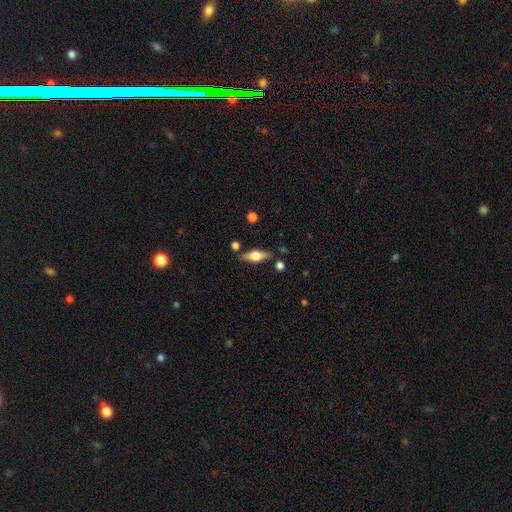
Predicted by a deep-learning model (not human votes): smooth-or-featured: featured or disk: 47% | smooth: 46% | star or artifact: 7%
  merging: none: 81% | minor disturbance: 12% | merger: 4% | major disturbance: 3%